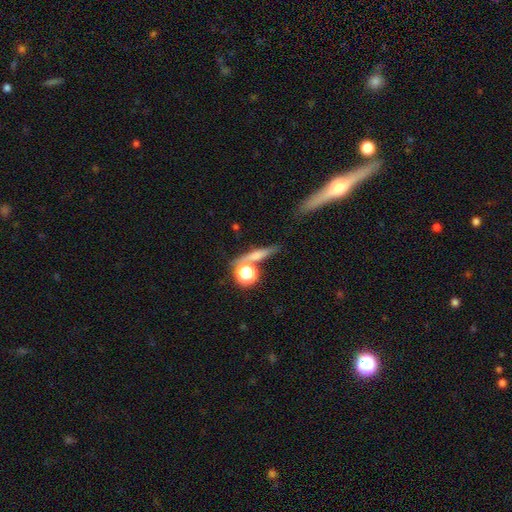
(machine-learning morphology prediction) The model was most divided on "how rounded": cigar-shaped: 52%, round: 30%, in between: 17%. More confident: merging — none (70%); smooth or featured — smooth (53%).